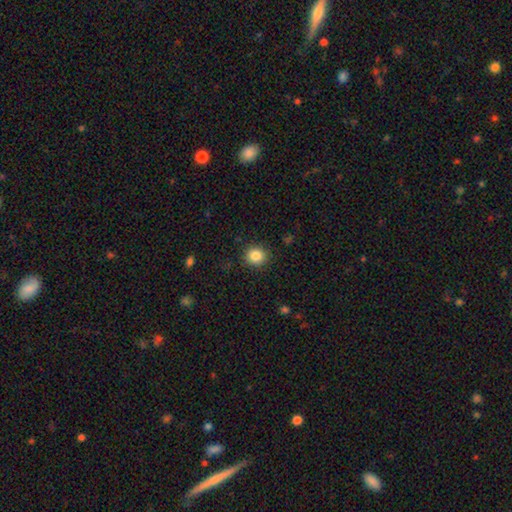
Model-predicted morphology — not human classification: Overall: smooth (85%). How rounded: round (87%). Merging: none (89%).